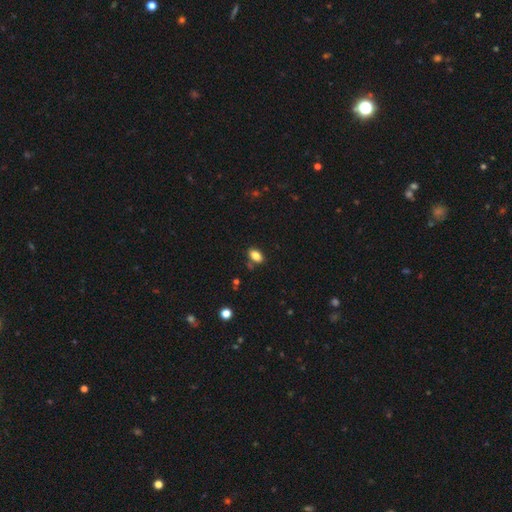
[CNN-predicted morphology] smooth-or-featured: smooth: 83% | star or artifact: 9% | featured or disk: 7%
  how-rounded: in between: 90% | round: 7% | cigar-shaped: 3%
  merging: none: 79% | minor disturbance: 12% | merger: 6% | major disturbance: 3%